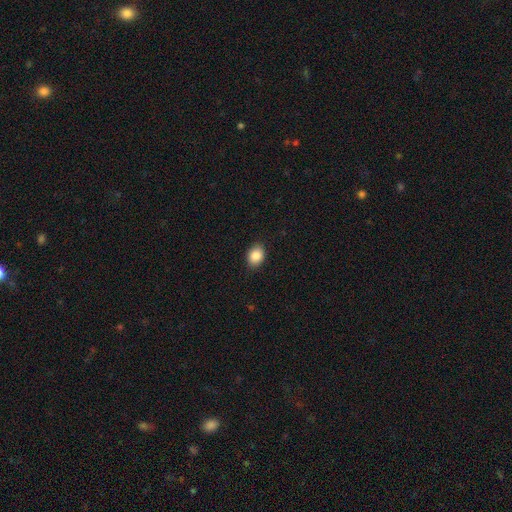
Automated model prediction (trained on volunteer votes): This is clearly a smooth galaxy (88%). How rounded: likely in between (64%). Merging: clearly none (88%).